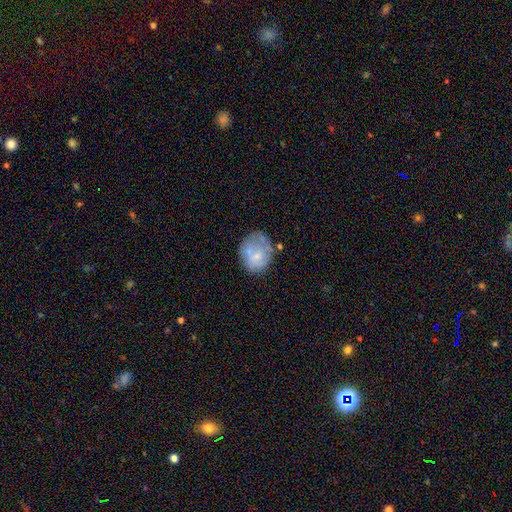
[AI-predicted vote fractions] This appears to be a smooth galaxy with no disk features (49%). Merging: none (45%).